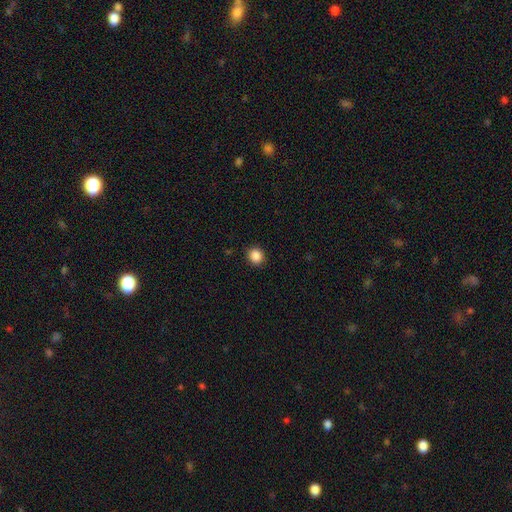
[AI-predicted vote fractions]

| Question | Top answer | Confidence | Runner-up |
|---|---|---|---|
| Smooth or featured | smooth | 87% | star or artifact (10%) |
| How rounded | round | 86% | in between (14%) |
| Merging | none | 91% | minor disturbance (6%) |